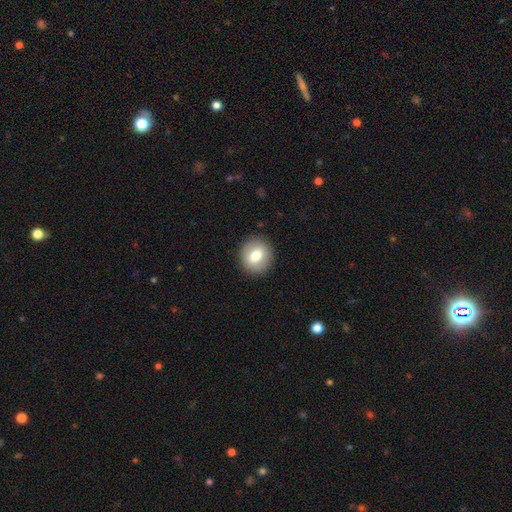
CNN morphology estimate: smooth-or-featured: smooth: 72% | featured or disk: 21% | star or artifact: 8%
  how-rounded: round: 77% | in between: 22% | cigar-shaped: 1%
  merging: none: 89% | minor disturbance: 8% | major disturbance: 2% | merger: 1%